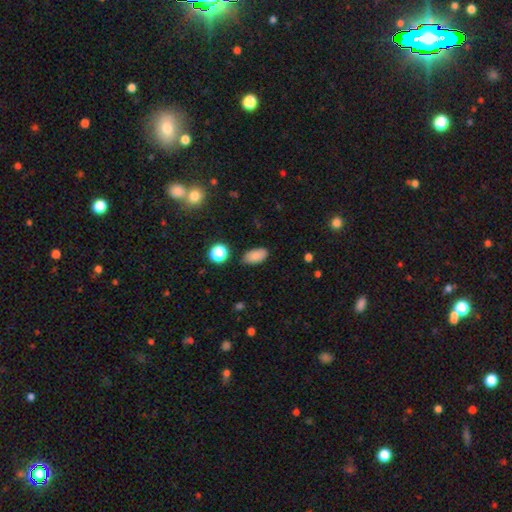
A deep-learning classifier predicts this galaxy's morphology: smooth_or_featured: smooth (p=0.83) [alt: star or artifact p=0.11]
how_rounded: in between (p=0.92) [alt: round p=0.06]
merging: none (p=0.83) [alt: minor disturbance p=0.12]